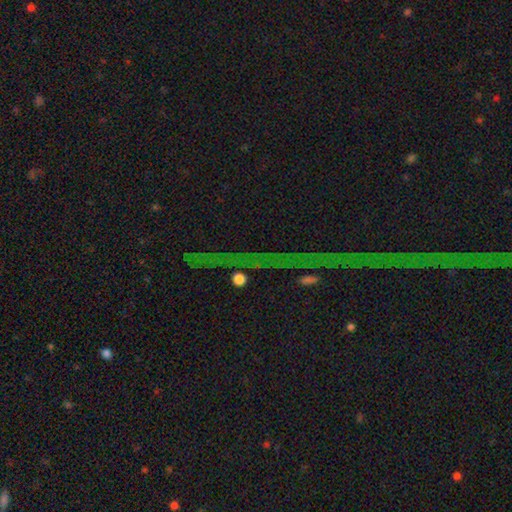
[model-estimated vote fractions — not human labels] Smooth or featured? Predicted: star or artifact (p=0.83).